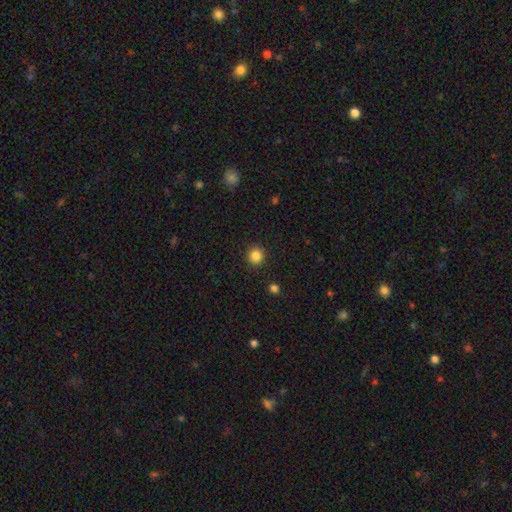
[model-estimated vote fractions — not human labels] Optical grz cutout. It shows a smooth galaxy with no disk features (85%) that is round (92%). Merging: none (91%).